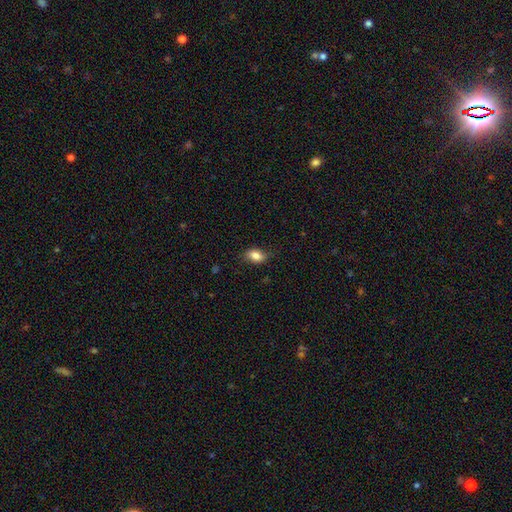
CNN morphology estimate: The model was most divided on "merging": none: 76%, minor disturbance: 19%, major disturbance: 4%, merger: 1%. More confident: smooth or featured — smooth (82%); how rounded — in between (81%).